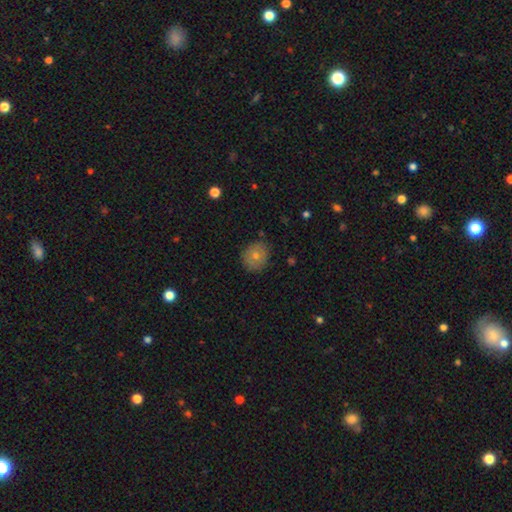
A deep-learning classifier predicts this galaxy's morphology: A smooth galaxy with no disk features (66%) that is round (80%).

Vote fractions:
- Smooth or featured? smooth: 66% / featured or disk: 22% / star or artifact: 12%
- How rounded? round: 80% / in between: 19% / cigar-shaped: 1%
- Merging? none: 84% / minor disturbance: 12% / major disturbance: 3% / merger: 1%